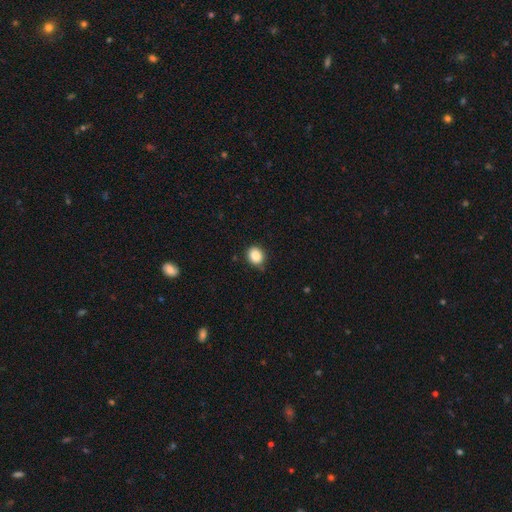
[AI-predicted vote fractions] smooth_or_featured: smooth (p=0.85) [alt: star or artifact p=0.10]
how_rounded: round (p=0.73) [alt: in between p=0.26]
merging: none (p=0.81) [alt: minor disturbance p=0.15]